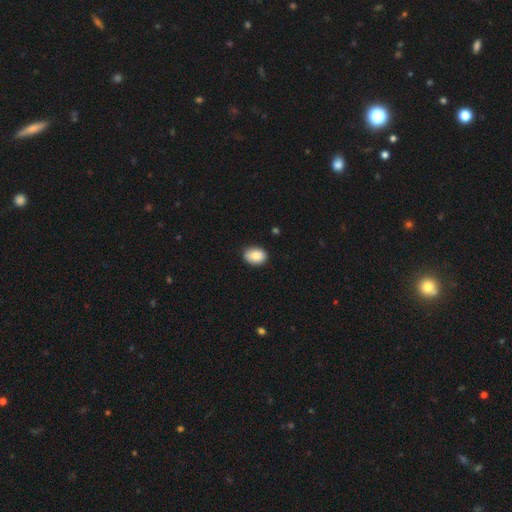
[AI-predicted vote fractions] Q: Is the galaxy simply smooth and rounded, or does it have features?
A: smooth — 88%.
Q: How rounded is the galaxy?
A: in between — 76%.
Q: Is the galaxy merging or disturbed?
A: none — 86%.